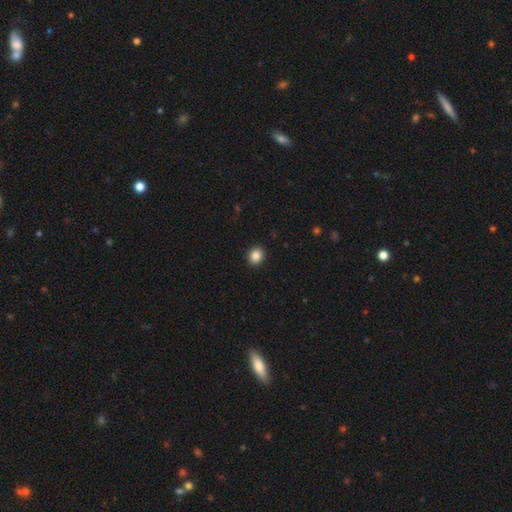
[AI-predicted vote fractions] Smooth or featured: smooth — 86% (star or artifact — 10%)
How rounded: round — 69% (in between — 30%)
Merging: none — 92% (minor disturbance — 5%)